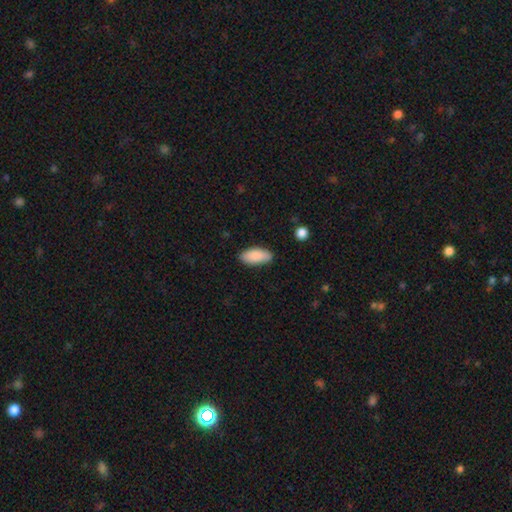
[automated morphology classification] This is clearly a smooth galaxy (89%). How rounded: clearly in between (88%). Merging: clearly none (84%).